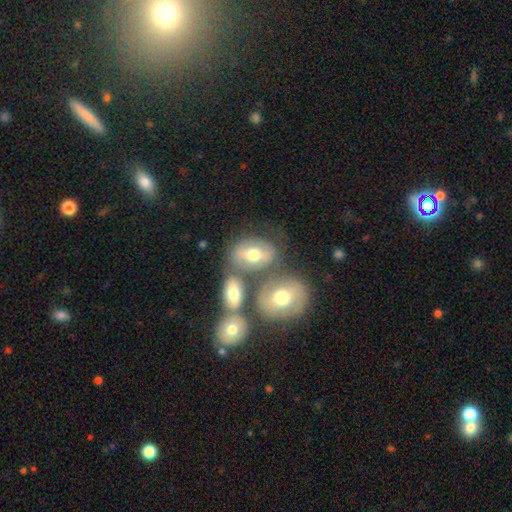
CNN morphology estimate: This appears to be a smooth galaxy with no disk features (46%). Merging: none (43%).